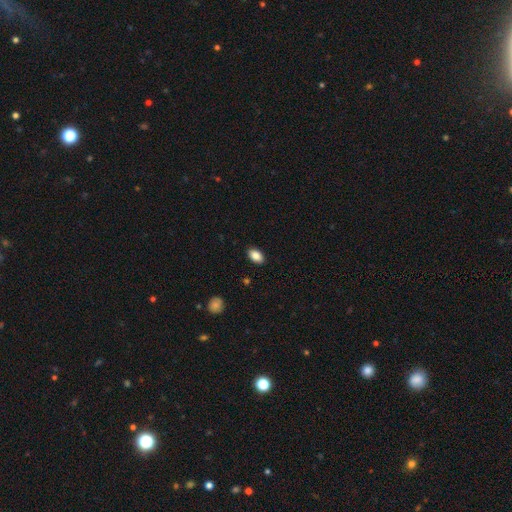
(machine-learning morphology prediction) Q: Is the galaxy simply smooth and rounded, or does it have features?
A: smooth — 87%.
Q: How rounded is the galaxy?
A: in between — 91%.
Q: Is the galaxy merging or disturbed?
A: none — 89%.